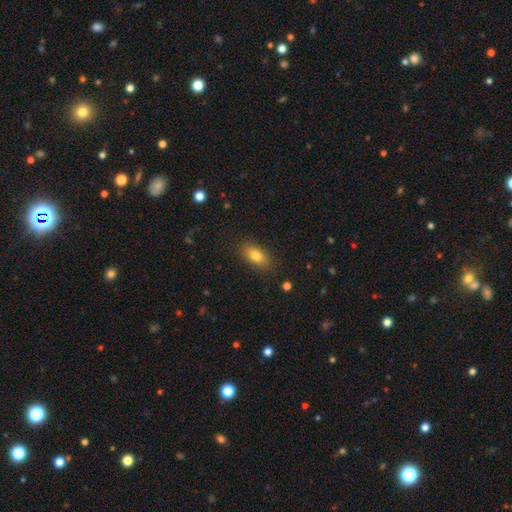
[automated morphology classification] Smooth or featured: smooth — 81% (featured or disk — 10%)
How rounded: in between — 87% (round — 7%)
Merging: none — 85% (minor disturbance — 11%)